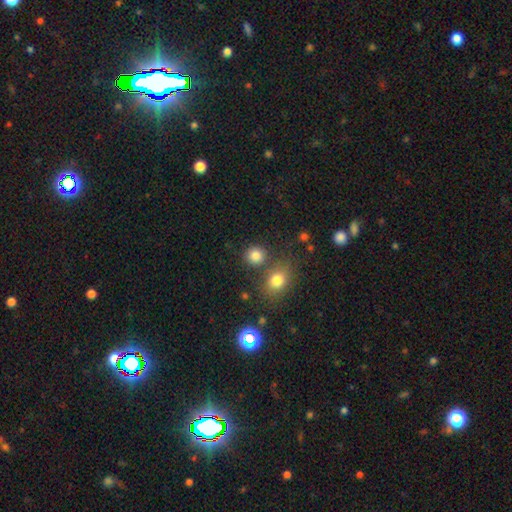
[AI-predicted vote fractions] A smooth galaxy with no disk features (82%) that is round (85%). Merging: none (75%).